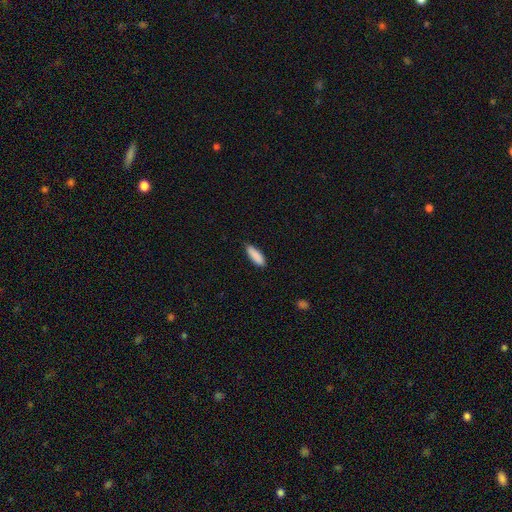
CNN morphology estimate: smooth_or_featured: smooth (p=0.89) [alt: star or artifact p=0.06]
how_rounded: in between (p=0.52) [alt: cigar-shaped p=0.46]
merging: none (p=0.83) [alt: minor disturbance p=0.14]